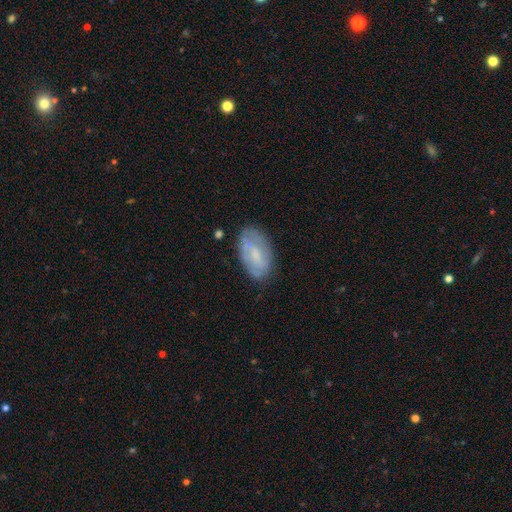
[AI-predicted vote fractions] Smooth or featured? featured or disk (53%)
Edge-on disk? no (95%)
Bar? no (48%)
Spiral arms? yes (71%)
Bulge size? small (44%)
Merging? none (70%)